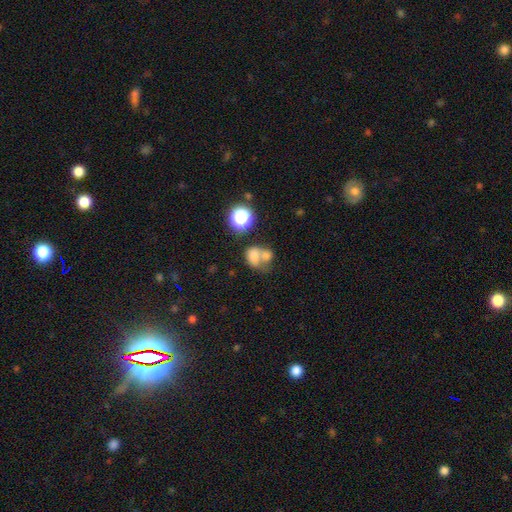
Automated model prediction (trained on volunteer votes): Smooth or featured: smooth — 70% (featured or disk — 16%)
How rounded: in between — 56% (round — 43%)
Merging: merger — 60% (none — 22%)